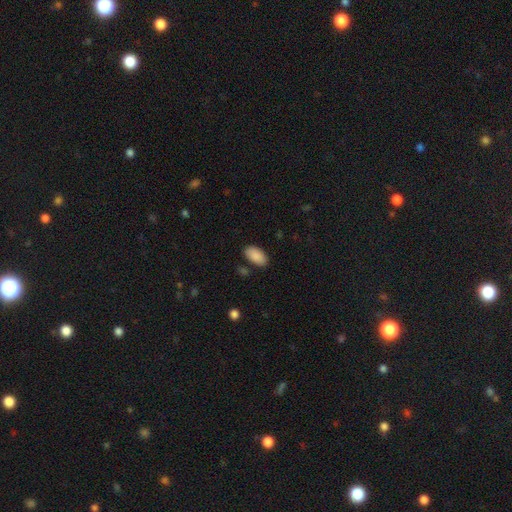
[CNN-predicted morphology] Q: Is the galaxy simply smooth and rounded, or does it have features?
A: smooth — 90%.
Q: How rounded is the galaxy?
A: in between — 95%.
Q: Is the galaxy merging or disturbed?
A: none — 84%.